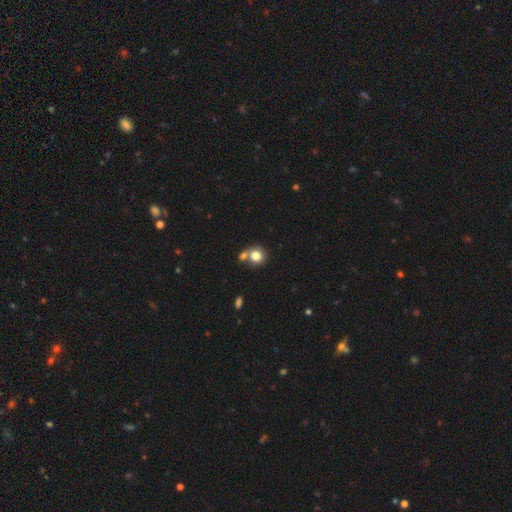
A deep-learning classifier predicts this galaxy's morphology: This appears to be a smooth galaxy with no disk features (81%) that is round (81%). Merging: none (55%).